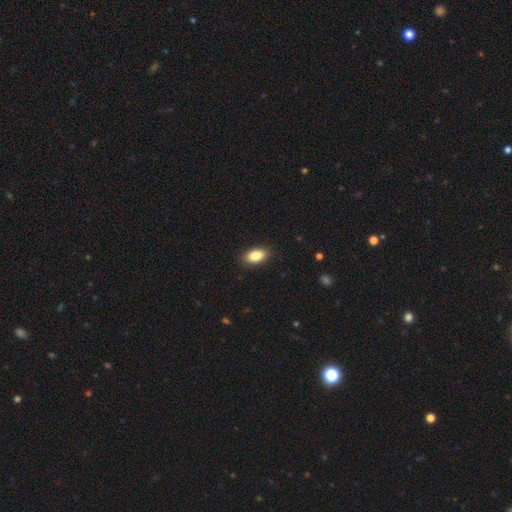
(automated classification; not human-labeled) This appears to be a smooth galaxy with no disk features (87%) that is in between round and cigar-shaped (92%). Merging: none (88%).